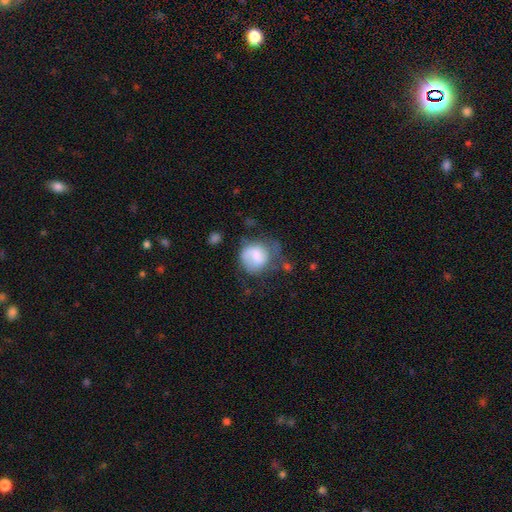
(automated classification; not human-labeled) smooth_or_featured: smooth (p=0.63) [alt: featured or disk p=0.30]
how_rounded: round (p=0.73) [alt: in between p=0.26]
merging: none (p=0.36) [alt: minor disturbance p=0.30]